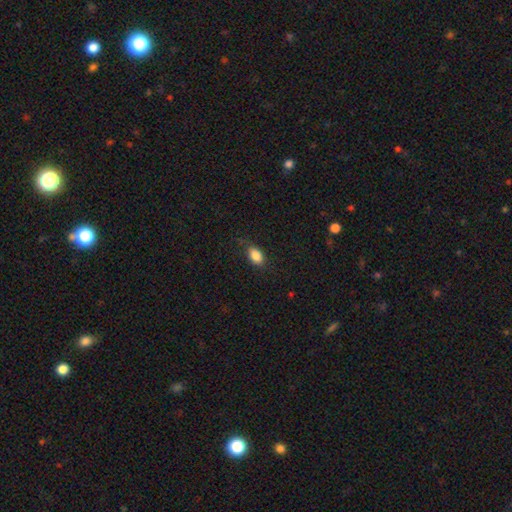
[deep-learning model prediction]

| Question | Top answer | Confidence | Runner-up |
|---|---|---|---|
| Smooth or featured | smooth | 86% | star or artifact (8%) |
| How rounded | in between | 88% | round (10%) |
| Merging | none | 76% | minor disturbance (17%) |